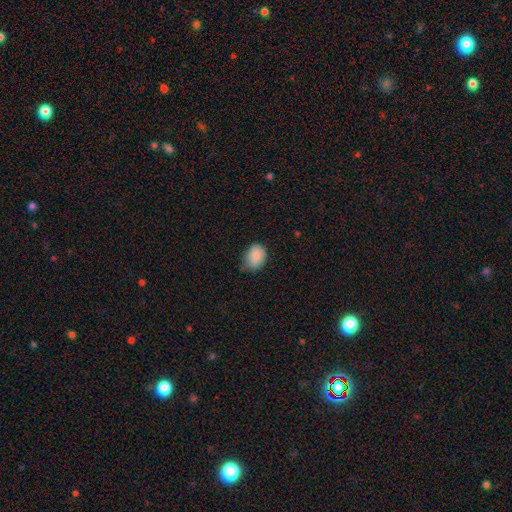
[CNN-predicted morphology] This is clearly a smooth galaxy (87%). How rounded: likely in between (70%). Merging: possibly none (60%).